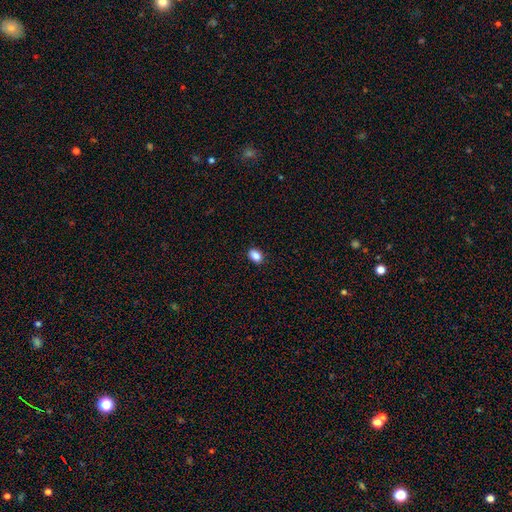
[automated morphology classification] smooth-or-featured: smooth: 87% | star or artifact: 9% | featured or disk: 4%
  how-rounded: in between: 78% | round: 21% | cigar-shaped: 1%
  merging: none: 89% | minor disturbance: 9% | major disturbance: 2% | merger: 1%